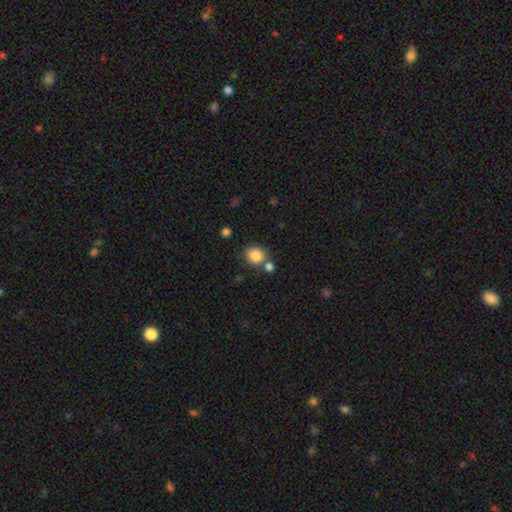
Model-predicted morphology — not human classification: type=smooth (85%); roundness=round (74%); merging=none (69%).